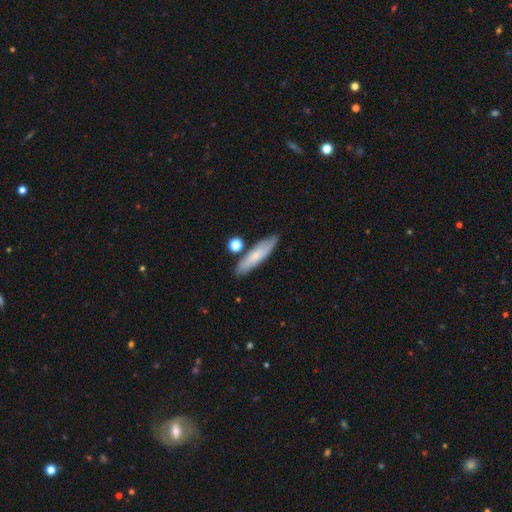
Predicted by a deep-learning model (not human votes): This appears to be a smooth galaxy with no disk features (66%) that is cigar-shaped (73%). Merging: none (78%).